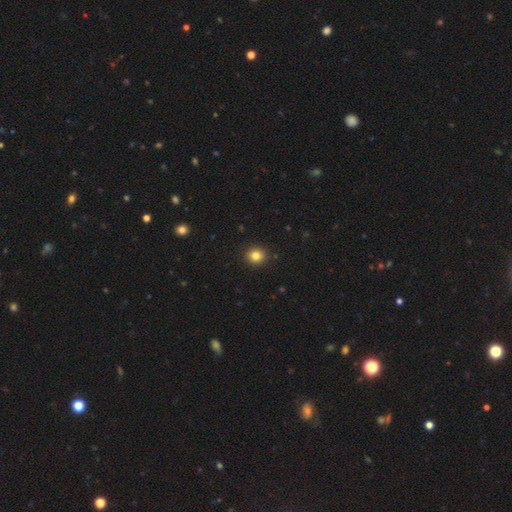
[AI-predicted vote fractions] smooth-or-featured: smooth: 82% | star or artifact: 12% | featured or disk: 6%
  how-rounded: round: 87% | in between: 12% | cigar-shaped: 1%
  merging: none: 92% | minor disturbance: 6% | major disturbance: 2% | merger: 1%